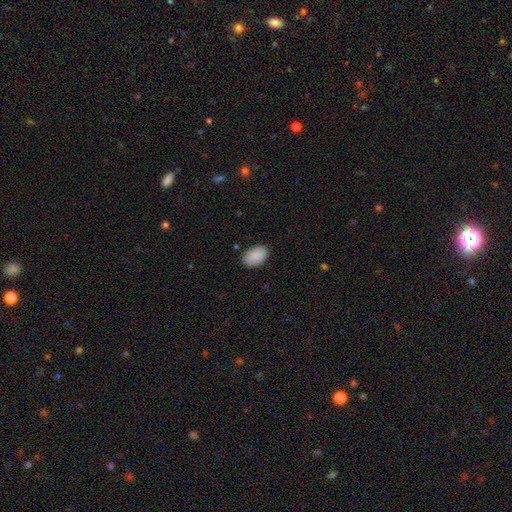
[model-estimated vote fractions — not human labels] Overall: smooth (89%). How rounded: in between (91%). Merging: none (86%).